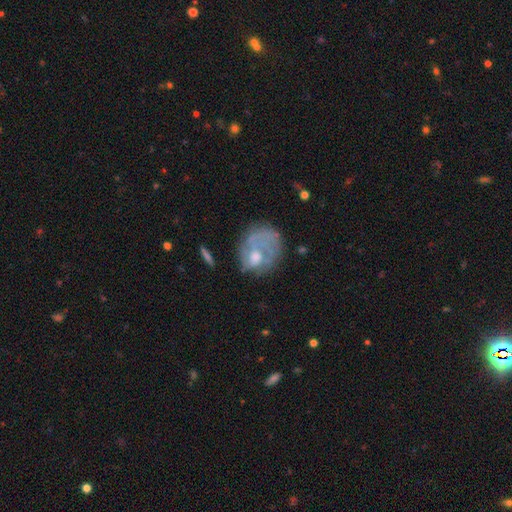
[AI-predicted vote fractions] Smooth or featured?
  - featured or disk: 50% *
  - smooth: 41%
  - star or artifact: 9%
Merging?
  - none: 42% *
  - major disturbance: 31%
  - minor disturbance: 24%
  - merger: 4%